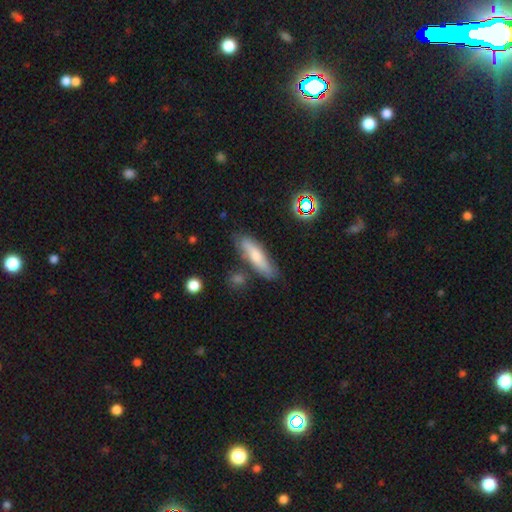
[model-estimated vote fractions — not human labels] Smooth or featured?
  - smooth: 57% *
  - featured or disk: 33%
  - star or artifact: 10%
How rounded?
  - cigar-shaped: 69% *
  - in between: 28%
  - round: 3%
Merging?
  - none: 75% *
  - minor disturbance: 16%
  - merger: 5%
  - major disturbance: 4%